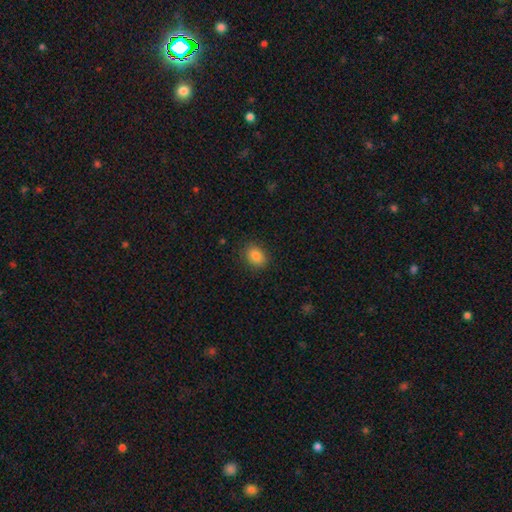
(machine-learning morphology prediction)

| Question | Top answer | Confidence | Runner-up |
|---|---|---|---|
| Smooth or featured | smooth | 84% | star or artifact (9%) |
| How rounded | in between | 58% | round (41%) |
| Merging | none | 86% | minor disturbance (10%) |